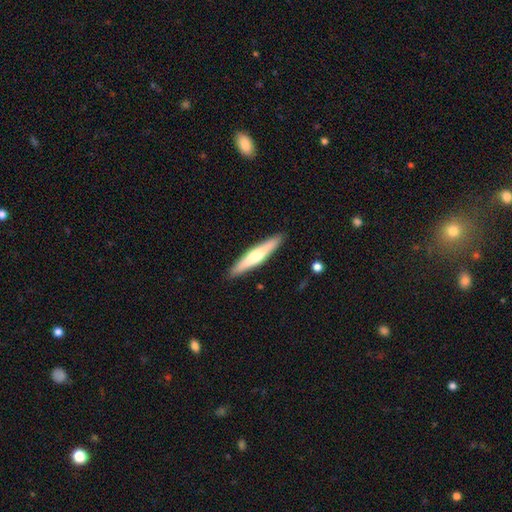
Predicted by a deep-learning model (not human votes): Overall: smooth (49%; featured or disk 46%). Merging: none (90%).